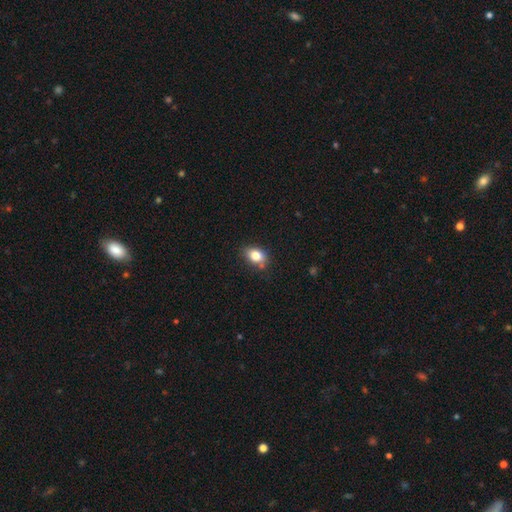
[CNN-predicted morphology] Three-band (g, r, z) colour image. It shows a smooth galaxy with no disk features (82%) that is in between round and cigar-shaped (73%). Merging: none (73%).